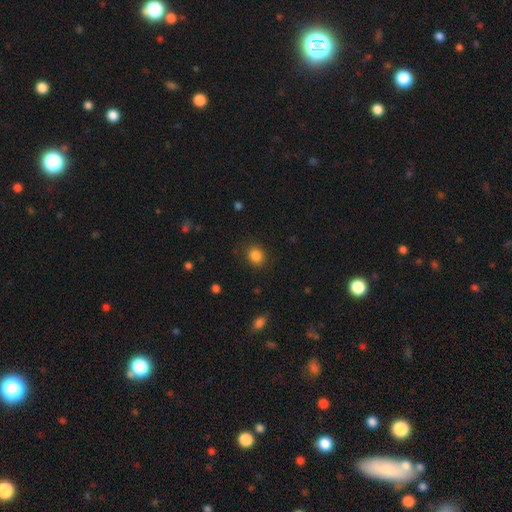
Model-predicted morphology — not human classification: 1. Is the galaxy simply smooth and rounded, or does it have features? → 85% smooth, 11% star or artifact, 4% featured or disk.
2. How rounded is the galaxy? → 73% round, 26% in between, 1% cigar-shaped.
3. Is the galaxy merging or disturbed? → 86% none, 9% minor disturbance, 3% major disturbance, 1% merger.